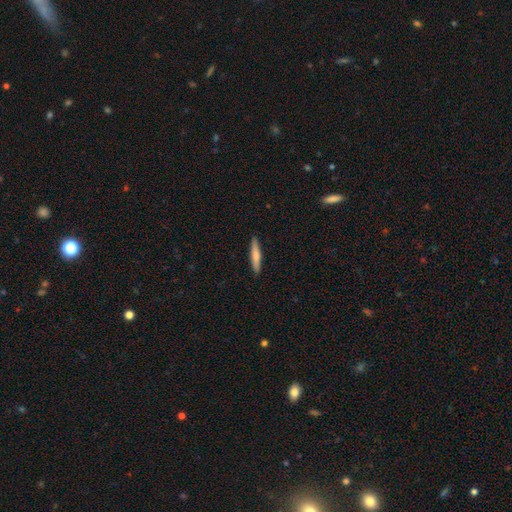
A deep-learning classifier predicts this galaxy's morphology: A smooth galaxy with no disk features (71%) that is cigar-shaped (91%).

Vote fractions:
- Smooth or featured? smooth: 71% / featured or disk: 24% / star or artifact: 5%
- How rounded? cigar-shaped: 91% / in between: 8% / round: 1%
- Merging? none: 91% / minor disturbance: 7% / major disturbance: 1% / merger: 1%